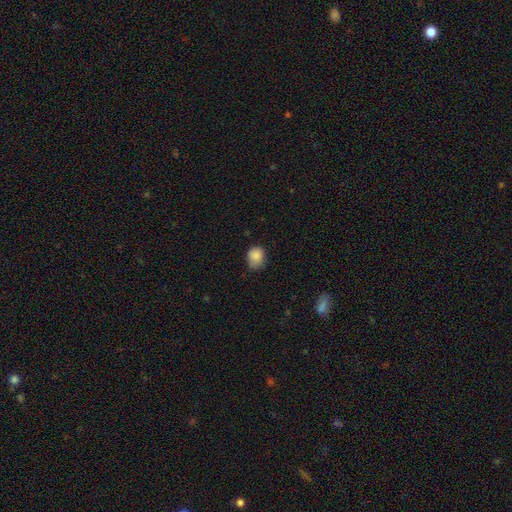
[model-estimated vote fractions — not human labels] Morphology: type=smooth (86%); roundness=round (59%); merging=none (58%).